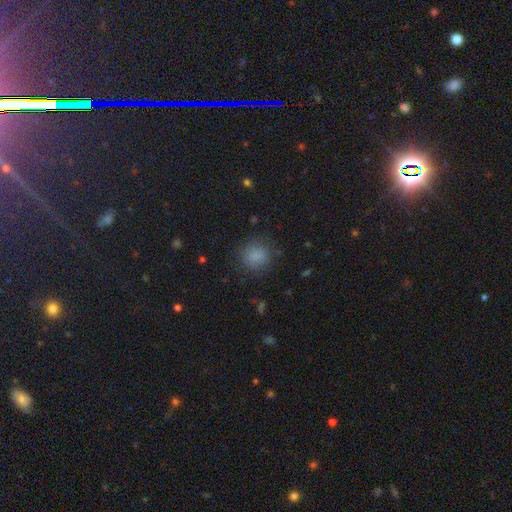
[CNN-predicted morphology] smooth-or-featured: smooth: 83% | star or artifact: 12% | featured or disk: 6%
  how-rounded: round: 83% | in between: 16% | cigar-shaped: 1%
  merging: none: 83% | minor disturbance: 12% | major disturbance: 4% | merger: 1%